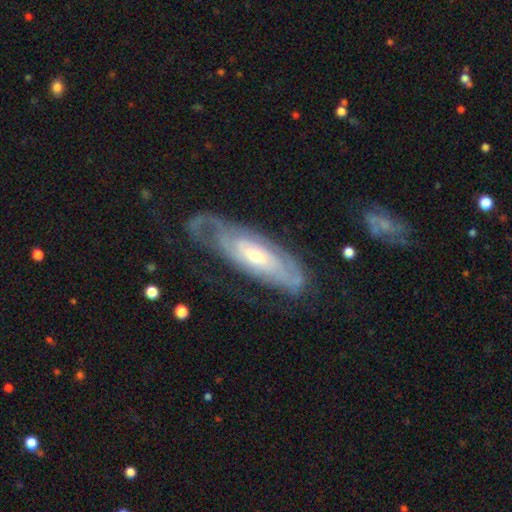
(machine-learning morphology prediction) This appears to be a featured or disk galaxy (78%) with no bar (68%), tight (66%) spiral arms (83%) and a small central bulge (53%). Merging: none (61%).